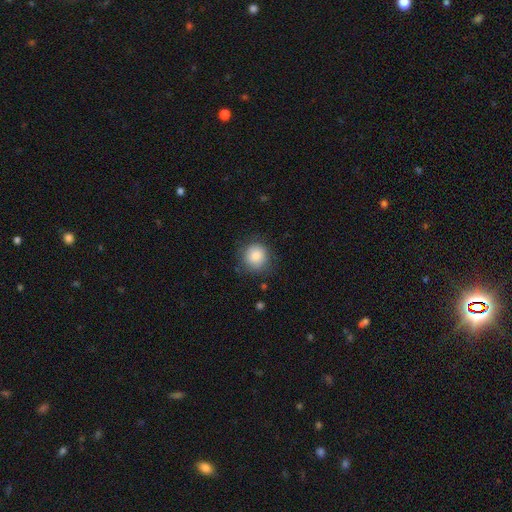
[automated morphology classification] A smooth galaxy with no disk features (84%) that is round (92%).

Vote fractions:
- Smooth or featured? smooth: 84% / star or artifact: 9% / featured or disk: 7%
- How rounded? round: 92% / in between: 7% / cigar-shaped: 1%
- Merging? none: 82% / minor disturbance: 13% / major disturbance: 4% / merger: 1%